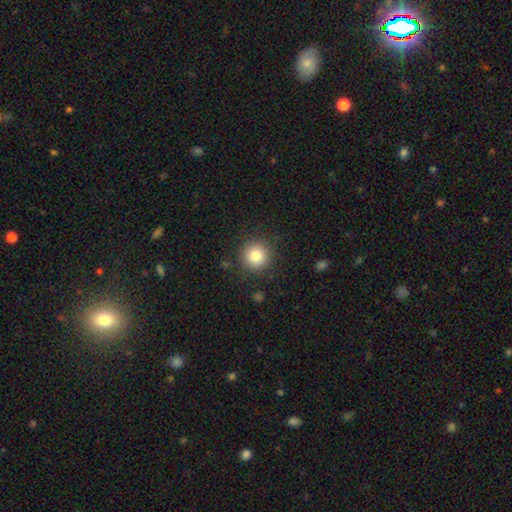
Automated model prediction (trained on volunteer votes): Smooth or featured: smooth — 82% (star or artifact — 11%)
How rounded: round — 94% (in between — 5%)
Merging: none — 87% (minor disturbance — 8%)